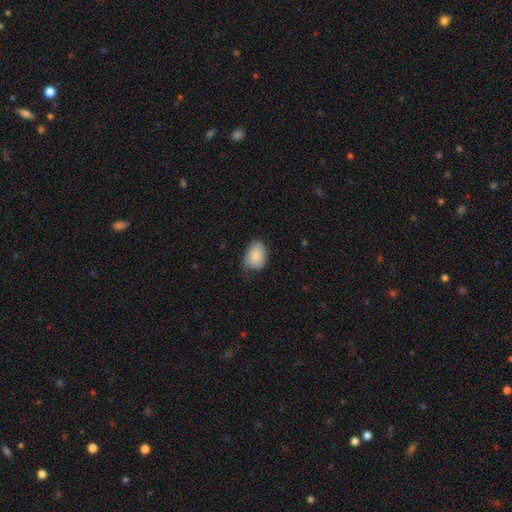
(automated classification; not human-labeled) Smooth or featured?
  - smooth: 79% *
  - featured or disk: 15%
  - star or artifact: 7%
How rounded?
  - in between: 74% *
  - round: 25%
  - cigar-shaped: 1%
Merging?
  - none: 49% *
  - minor disturbance: 39%
  - major disturbance: 11%
  - merger: 1%